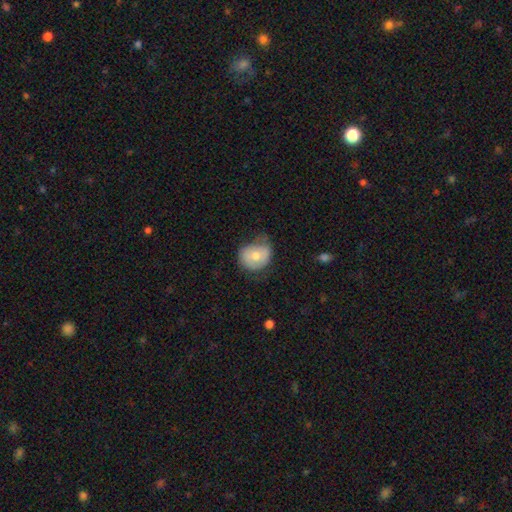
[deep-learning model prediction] Smooth or featured: smooth — 66% (featured or disk — 27%)
How rounded: round — 63% (in between — 36%)
Merging: none — 49% (minor disturbance — 36%)